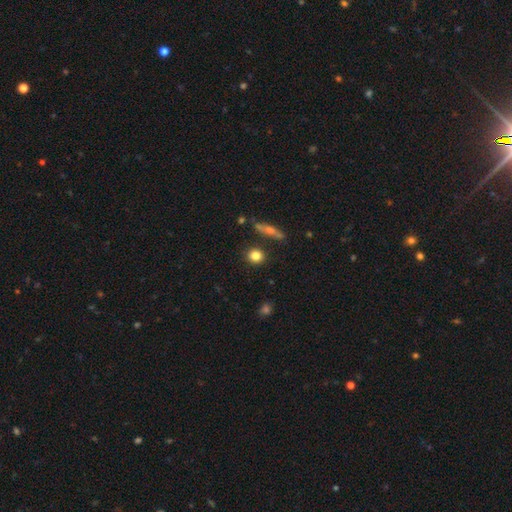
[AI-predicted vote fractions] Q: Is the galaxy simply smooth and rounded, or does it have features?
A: smooth — 82%.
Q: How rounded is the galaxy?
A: round — 82%.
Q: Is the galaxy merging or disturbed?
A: none — 86%.